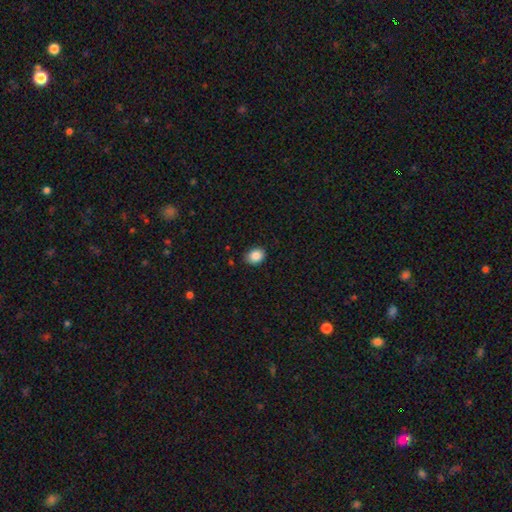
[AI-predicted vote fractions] A smooth galaxy with no disk features (87%) that is in between round and cigar-shaped (59%). Merging: none (82%).